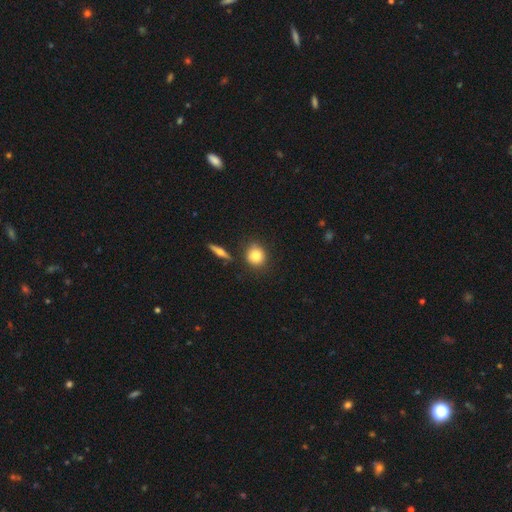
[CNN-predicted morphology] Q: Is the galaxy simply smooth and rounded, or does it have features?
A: smooth — 80%.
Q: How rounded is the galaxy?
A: round — 82%.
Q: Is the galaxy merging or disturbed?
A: none — 80%.